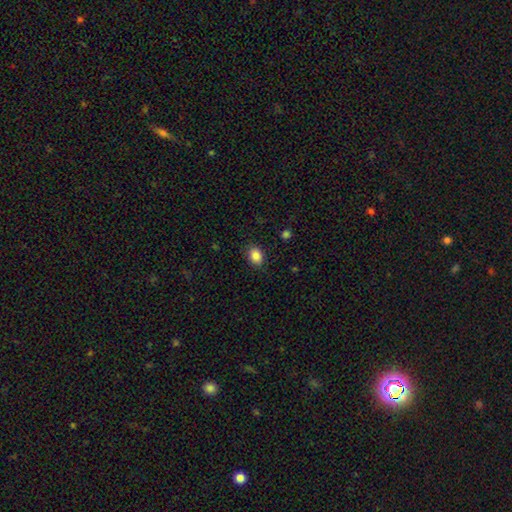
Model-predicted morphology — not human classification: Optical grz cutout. It shows a smooth galaxy with no disk features (87%) that is in between round and cigar-shaped (66%). Merging: none (86%).